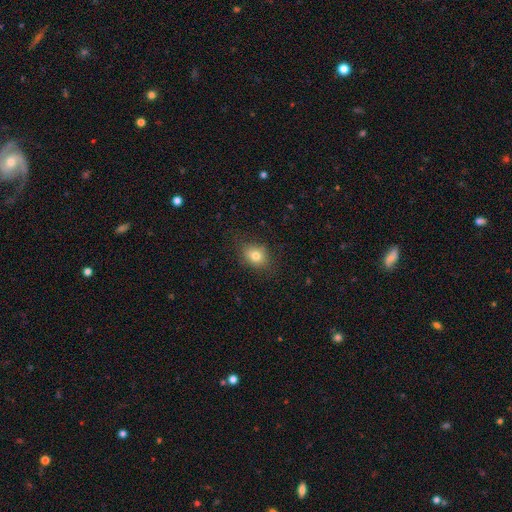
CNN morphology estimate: type=smooth (77%); roundness=in between (51%); merging=none (80%).